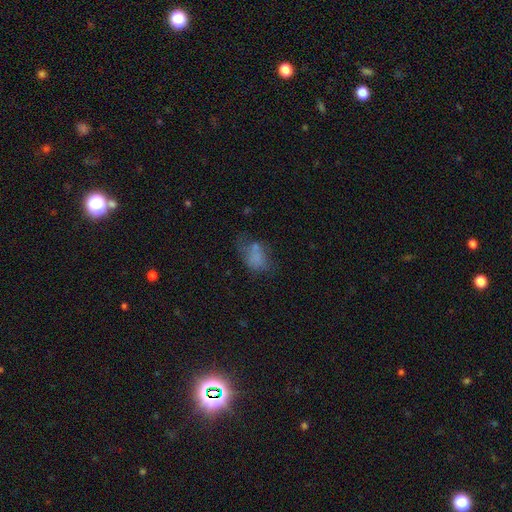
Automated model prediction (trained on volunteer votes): Overall: smooth (65%). How rounded: in between (79%). Merging: none (34%; major disturbance 27%).